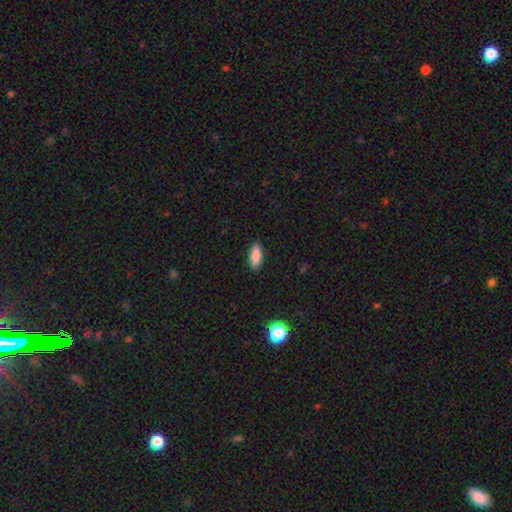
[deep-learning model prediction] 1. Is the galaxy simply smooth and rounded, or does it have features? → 88% smooth, 7% star or artifact, 5% featured or disk.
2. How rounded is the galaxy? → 83% in between, 15% cigar-shaped, 2% round.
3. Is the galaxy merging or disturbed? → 88% none, 9% minor disturbance, 2% major disturbance, 1% merger.